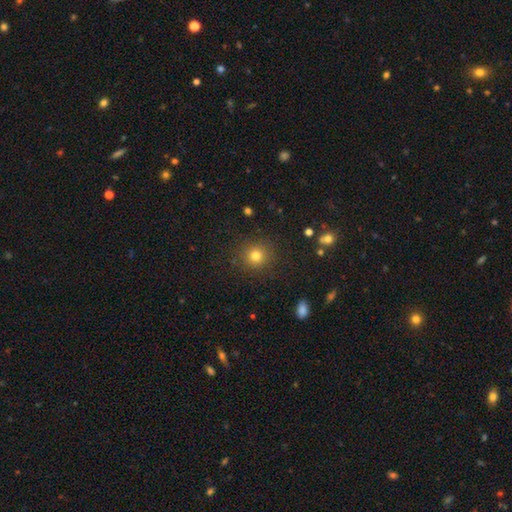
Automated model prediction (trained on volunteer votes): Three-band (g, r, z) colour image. It shows a smooth galaxy with no disk features (79%) that is round (91%). Merging: none (89%).